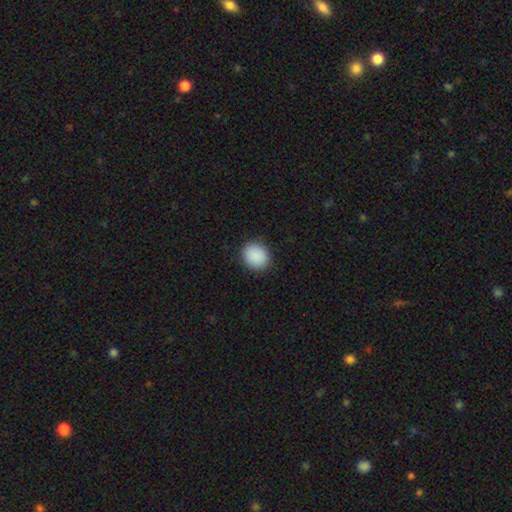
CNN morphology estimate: Smooth or featured: smooth — 90% (star or artifact — 8%)
How rounded: round — 74% (in between — 25%)
Merging: none — 90% (minor disturbance — 7%)